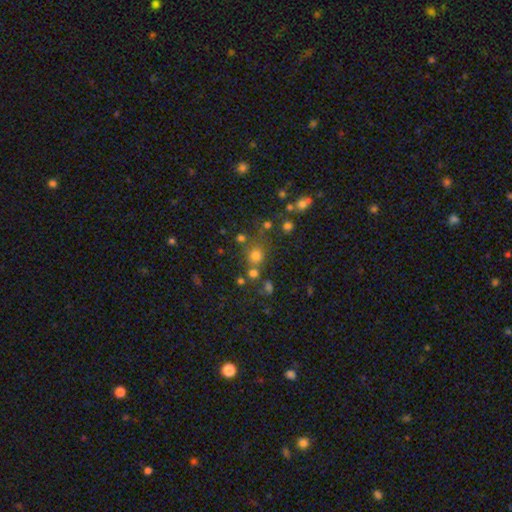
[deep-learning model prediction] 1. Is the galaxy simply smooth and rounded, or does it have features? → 70% smooth, 21% star or artifact, 9% featured or disk.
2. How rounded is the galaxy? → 87% round, 12% in between, 1% cigar-shaped.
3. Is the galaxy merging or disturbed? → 67% none, 17% merger, 10% minor disturbance, 5% major disturbance.